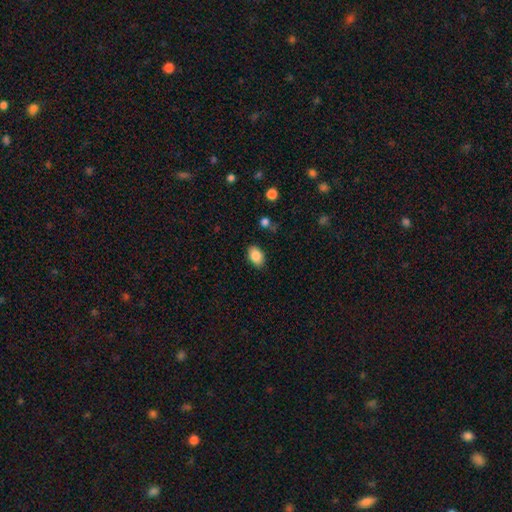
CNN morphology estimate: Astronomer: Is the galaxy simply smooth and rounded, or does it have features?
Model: smooth — 86%.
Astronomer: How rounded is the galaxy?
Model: in between — 87%.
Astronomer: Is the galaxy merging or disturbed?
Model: none — 86%.